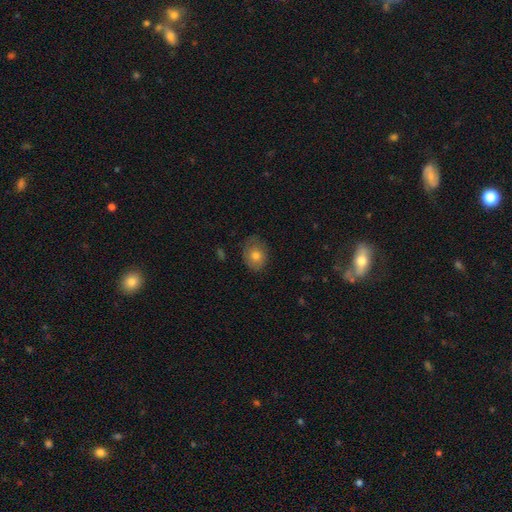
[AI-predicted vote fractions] The model was most divided on "how rounded": in between: 52%, round: 47%, cigar-shaped: 1%. More confident: merging — none (75%); smooth or featured — smooth (75%).